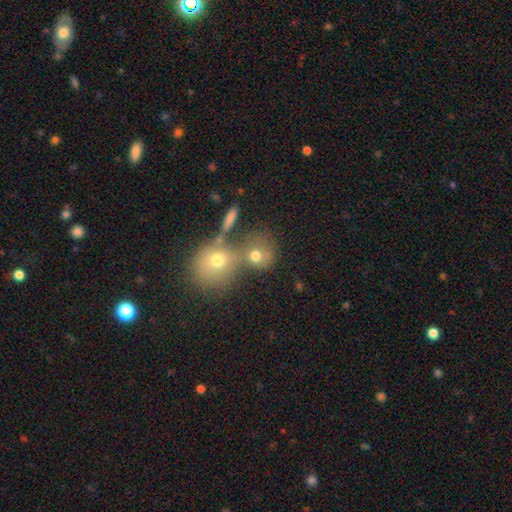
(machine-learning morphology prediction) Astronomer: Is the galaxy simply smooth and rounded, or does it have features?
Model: smooth — 69%.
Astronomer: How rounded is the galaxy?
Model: round — 75%.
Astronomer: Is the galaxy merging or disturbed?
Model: merger — 55% (runner-up: none, 32%).